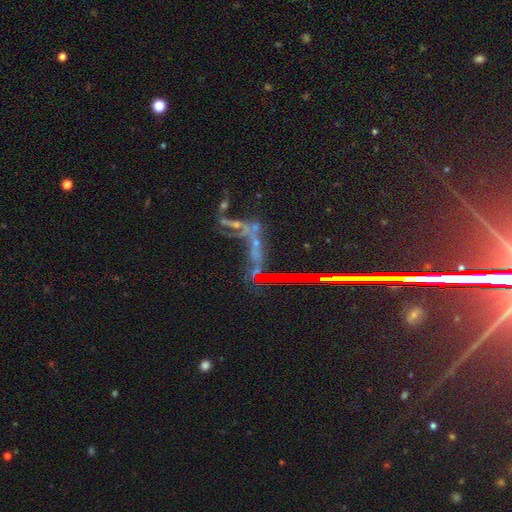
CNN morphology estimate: Smooth or featured? Predicted: star or artifact (p=0.58).